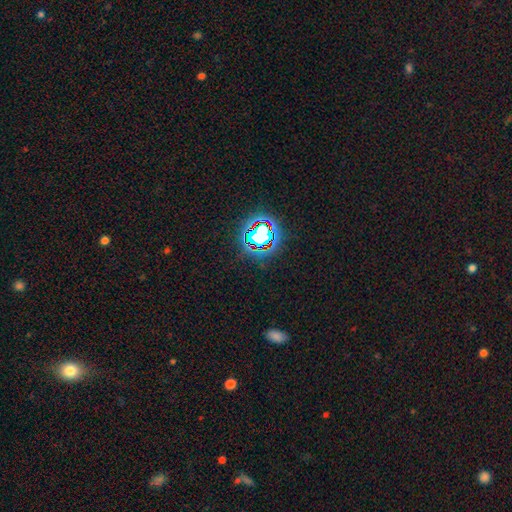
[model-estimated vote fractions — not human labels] This is likely a star or artifact rather than a galaxy (79%).